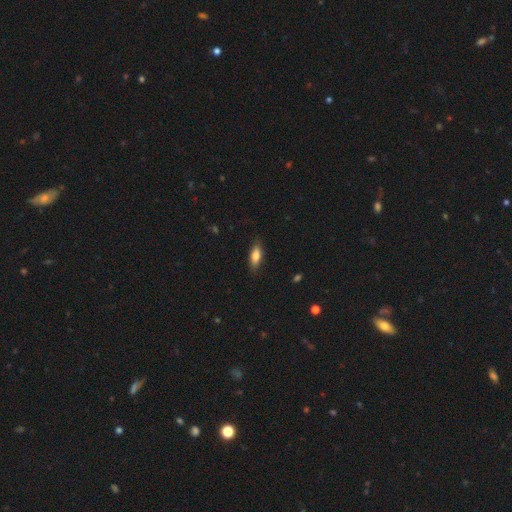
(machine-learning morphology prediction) Q: Smooth or featured?
A: smooth (76%); runner-up: featured or disk (17%)
Q: How rounded?
A: in between (68%); runner-up: cigar-shaped (30%)
Q: Merging?
A: none (85%); runner-up: minor disturbance (12%)